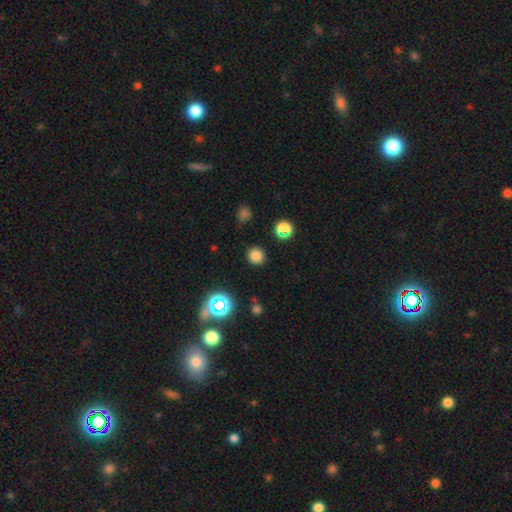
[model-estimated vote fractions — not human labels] This is likely a smooth galaxy (78%). How rounded: clearly round (90%). Merging: clearly none (89%).